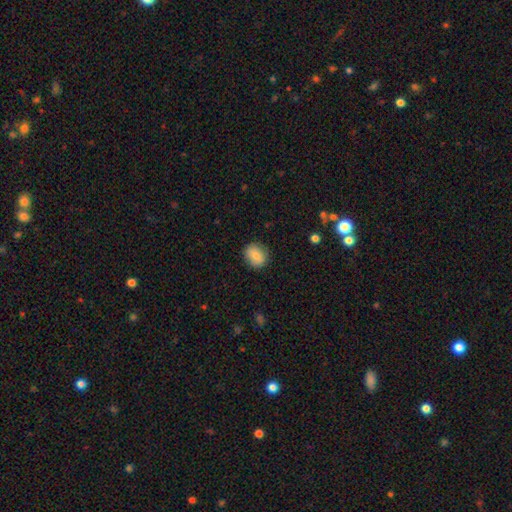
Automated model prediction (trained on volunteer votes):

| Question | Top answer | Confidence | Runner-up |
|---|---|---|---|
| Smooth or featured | smooth | 82% | featured or disk (10%) |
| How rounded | round | 61% | in between (38%) |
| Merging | none | 86% | minor disturbance (11%) |